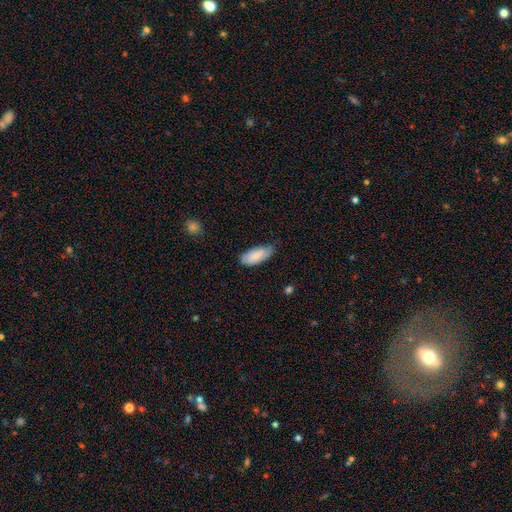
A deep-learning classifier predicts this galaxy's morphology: smooth 79%, featured or disk 16%, star or artifact 6%. Down the decision tree: how rounded — in between (87%); merging — none (66%).